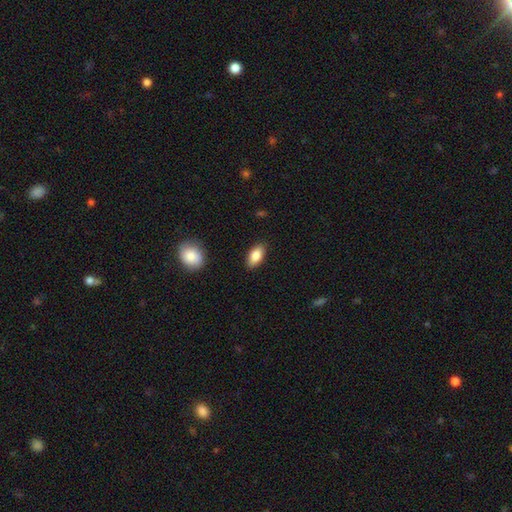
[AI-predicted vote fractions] This appears to be a smooth galaxy with no disk features (84%) that is in between round and cigar-shaped (90%). Merging: none (86%).